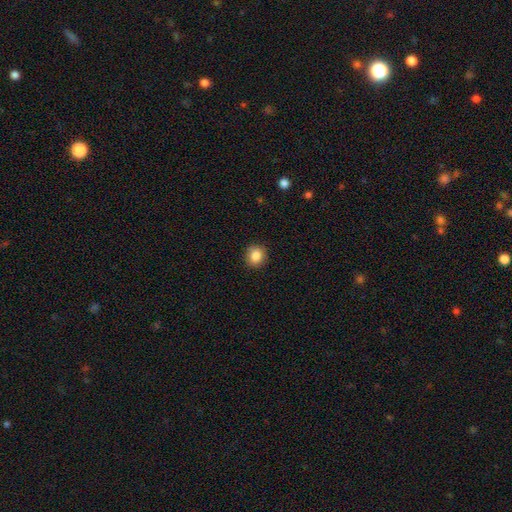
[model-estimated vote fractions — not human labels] smooth 86%, star or artifact 9%, featured or disk 4%. Down the decision tree: how rounded — round (81%); merging — none (89%).